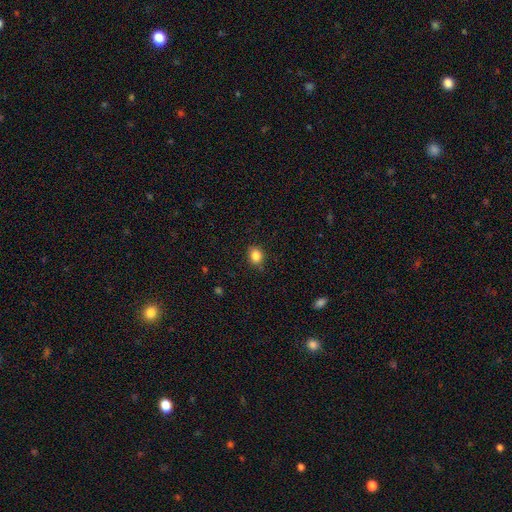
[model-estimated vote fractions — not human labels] A smooth galaxy with no disk features (84%) that is round (57%).

Vote fractions:
- Smooth or featured? smooth: 84% / star or artifact: 10% / featured or disk: 5%
- How rounded? round: 57% / in between: 42% / cigar-shaped: 1%
- Merging? none: 83% / minor disturbance: 13% / major disturbance: 3% / merger: 1%